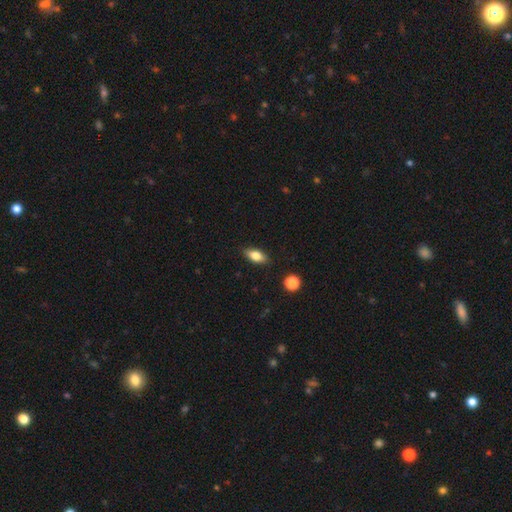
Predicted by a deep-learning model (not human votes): Smooth or featured?
  - smooth: 76% *
  - featured or disk: 16%
  - star or artifact: 8%
How rounded?
  - in between: 83% *
  - cigar-shaped: 12%
  - round: 5%
Merging?
  - none: 87% *
  - minor disturbance: 9%
  - major disturbance: 2%
  - merger: 1%